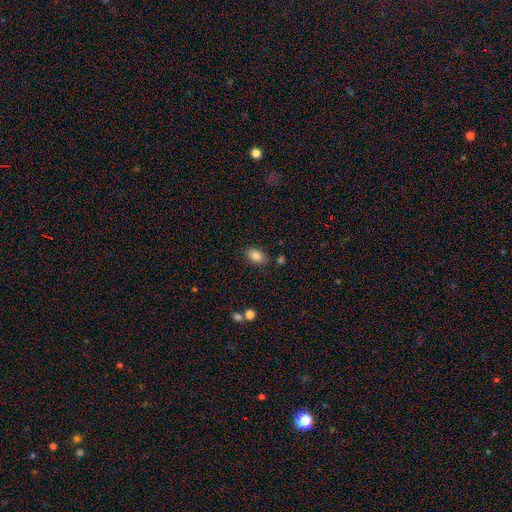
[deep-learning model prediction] Q: Smooth or featured?
A: smooth (84%); runner-up: star or artifact (9%)
Q: How rounded?
A: in between (86%); runner-up: round (13%)
Q: Merging?
A: none (81%); runner-up: minor disturbance (13%)